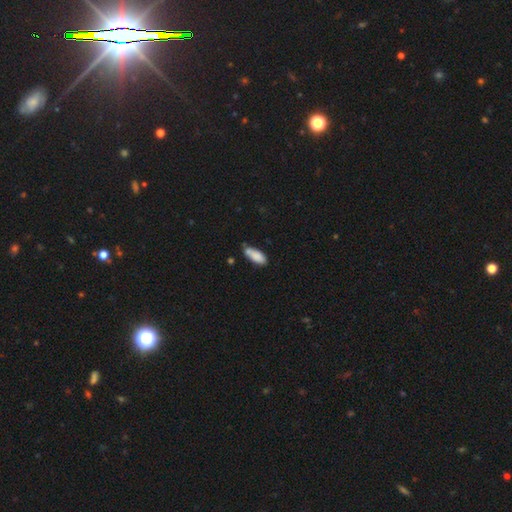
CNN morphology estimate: Smooth or featured?
  - smooth: 84% *
  - featured or disk: 9%
  - star or artifact: 7%
How rounded?
  - in between: 79% *
  - cigar-shaped: 19%
  - round: 2%
Merging?
  - none: 55% *
  - minor disturbance: 27%
  - merger: 12%
  - major disturbance: 6%